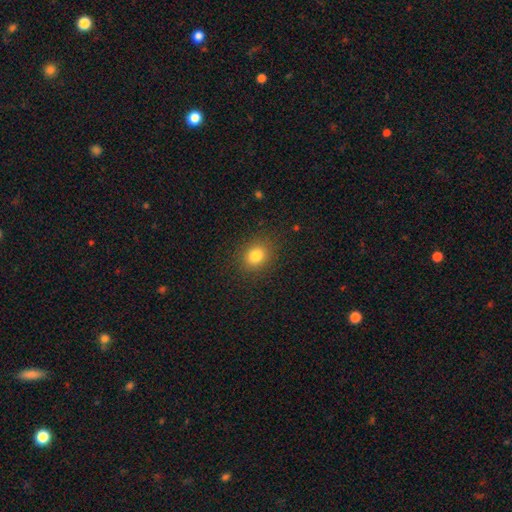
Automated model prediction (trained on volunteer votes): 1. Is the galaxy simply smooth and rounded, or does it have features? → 82% smooth, 12% star or artifact, 7% featured or disk.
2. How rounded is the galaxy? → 60% round, 39% in between, 1% cigar-shaped.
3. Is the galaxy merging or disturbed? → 88% none, 8% minor disturbance, 3% major disturbance, 1% merger.